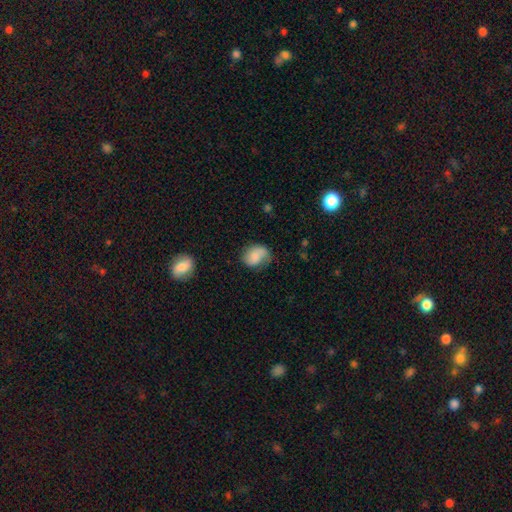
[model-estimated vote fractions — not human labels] The model was most divided on "how rounded": in between: 58%, round: 41%, cigar-shaped: 1%. More confident: smooth or featured — smooth (65%); merging — none (58%).